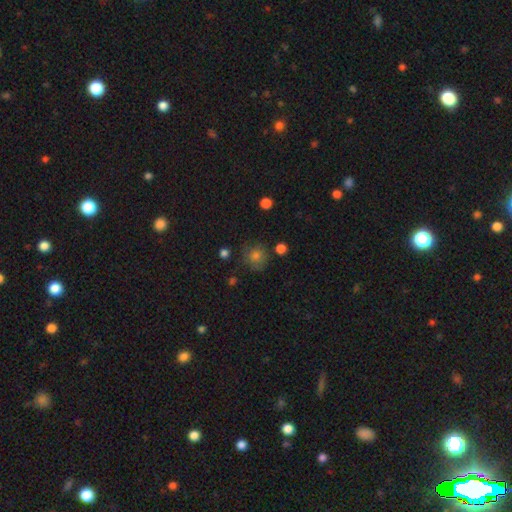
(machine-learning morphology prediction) Smooth or featured?
  - smooth: 76% *
  - star or artifact: 15%
  - featured or disk: 9%
How rounded?
  - round: 88% *
  - in between: 11%
  - cigar-shaped: 1%
Merging?
  - none: 75% *
  - minor disturbance: 16%
  - major disturbance: 5%
  - merger: 4%